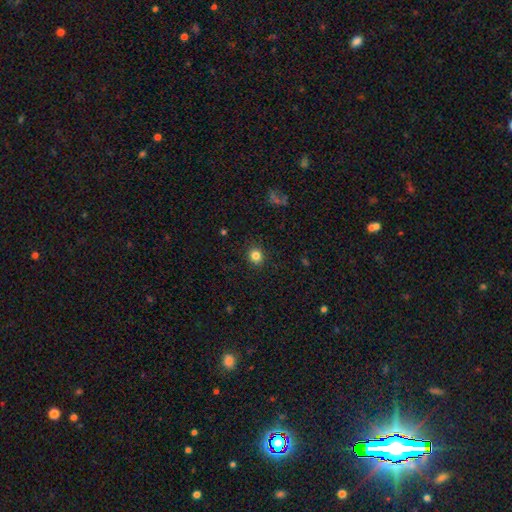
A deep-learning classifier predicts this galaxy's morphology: The model was most divided on "how rounded": round: 84%, in between: 15%, cigar-shaped: 1%. More confident: merging — none (91%); smooth or featured — smooth (83%).